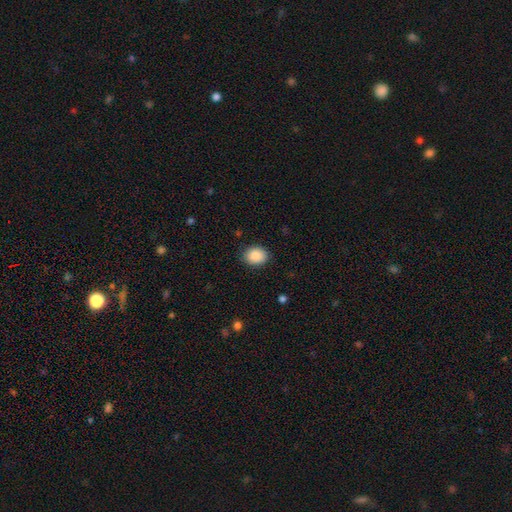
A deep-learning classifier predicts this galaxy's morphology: smooth_or_featured: smooth (p=0.89) [alt: star or artifact p=0.08]
how_rounded: round (p=0.53) [alt: in between p=0.47]
merging: none (p=0.87) [alt: minor disturbance p=0.09]